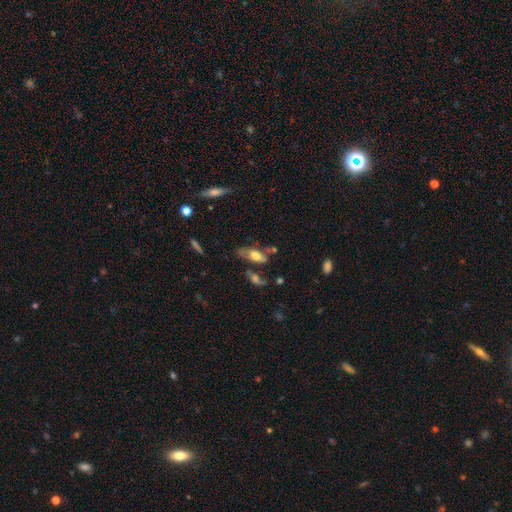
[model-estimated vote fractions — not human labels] Overall: smooth (52%; featured or disk 40%). How rounded: in between (81%). Merging: none (46%; minor disturbance 23%).